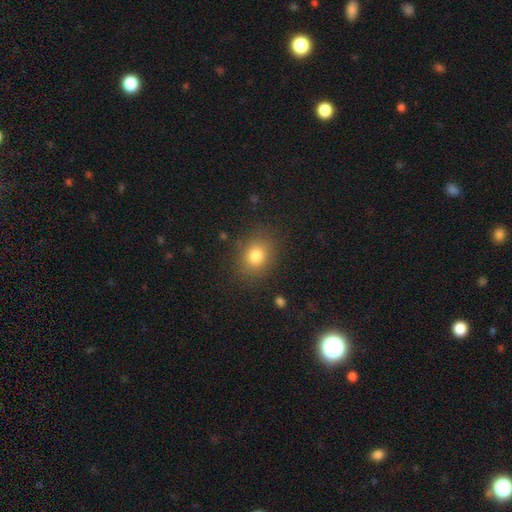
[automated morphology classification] Smooth or featured? smooth (80%)
How rounded? round (56%)
Merging? none (85%)